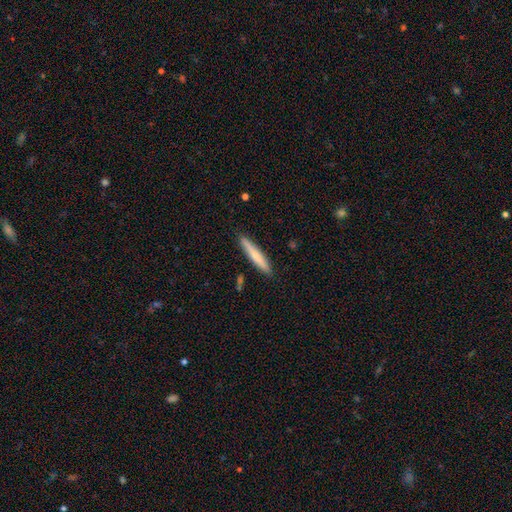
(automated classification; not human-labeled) This appears to be a smooth galaxy with no disk features (65%) that is cigar-shaped (93%). Merging: none (89%).